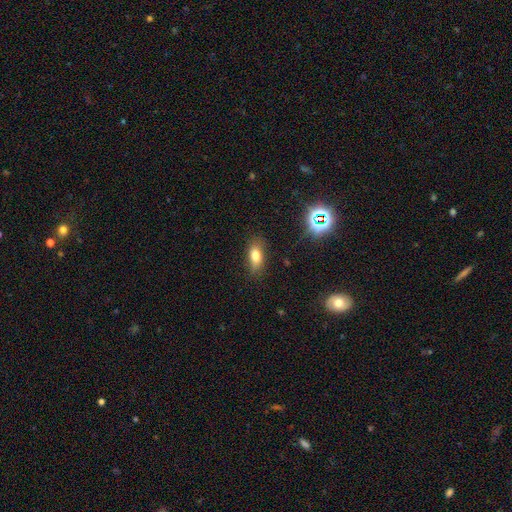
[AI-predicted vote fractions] Morphology: type=smooth (76%); roundness=in between (80%); merging=none (80%).